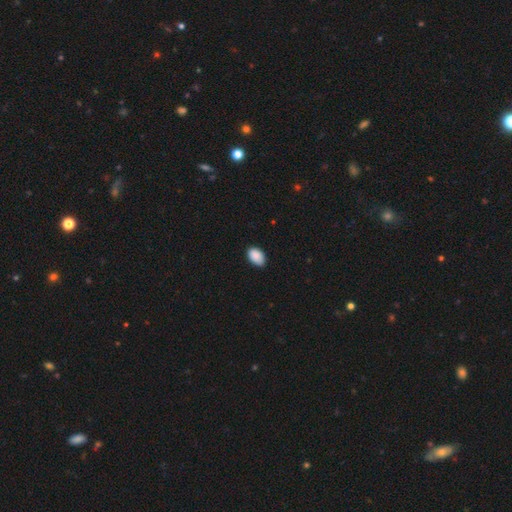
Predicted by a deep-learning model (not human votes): smooth 90%, star or artifact 7%, featured or disk 3%. Down the decision tree: how rounded — in between (90%); merging — none (81%).